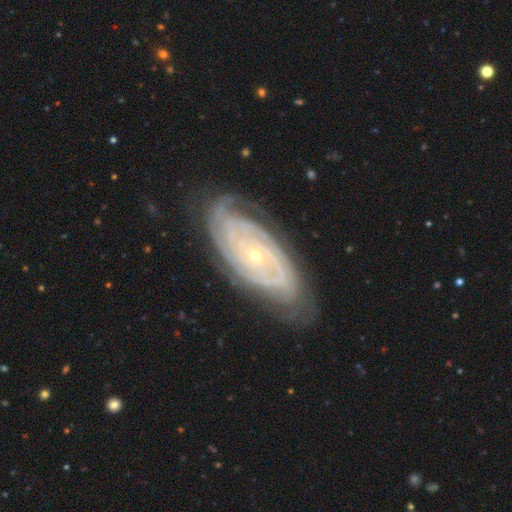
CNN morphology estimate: Q: Smooth or featured?
A: featured or disk (88%); runner-up: smooth (6%)
Q: Edge-on disk?
A: no (94%); runner-up: yes (6%)
Q: Bar?
A: no (77%); runner-up: weak (17%)
Q: Spiral arms?
A: yes (96%); runner-up: no (4%)
Q: Spiral winding?
A: tight (82%); runner-up: medium (15%)
Q: Spiral arm count?
A: can't tell (31%); runner-up: 2 (19%)
Q: Bulge size?
A: small (76%); runner-up: moderate (22%)
Q: Merging?
A: none (75%); runner-up: minor disturbance (18%)